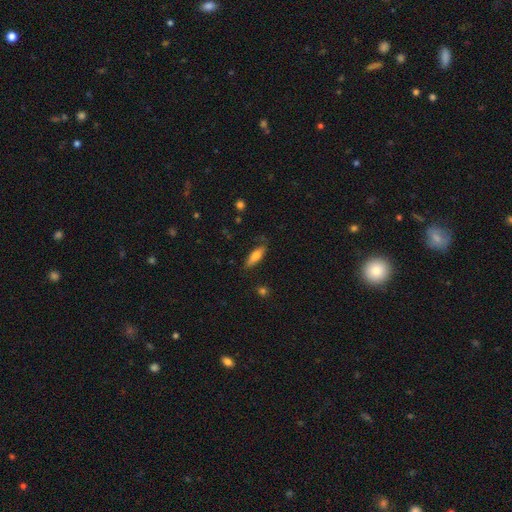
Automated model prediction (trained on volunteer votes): A smooth galaxy with no disk features (73%) that is in between round and cigar-shaped (52%). Merging: none (77%).